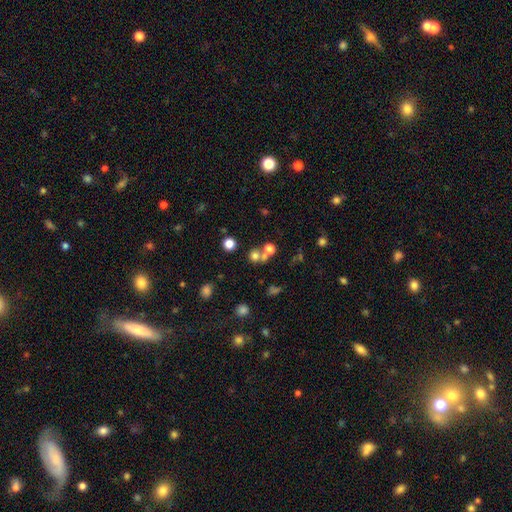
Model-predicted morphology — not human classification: smooth_or_featured: smooth (p=0.67) [alt: star or artifact p=0.20]
how_rounded: round (p=0.86) [alt: in between p=0.13]
merging: none (p=0.50) [alt: merger p=0.40]